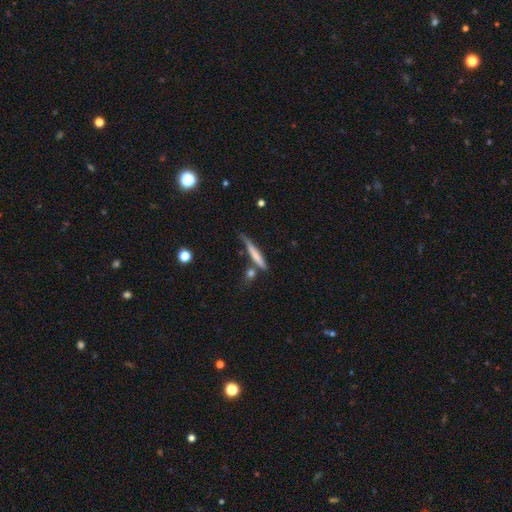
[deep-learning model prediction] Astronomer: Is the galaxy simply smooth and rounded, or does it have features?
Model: smooth — 63%.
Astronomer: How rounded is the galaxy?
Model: cigar-shaped — 93%.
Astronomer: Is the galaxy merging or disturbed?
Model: none — 62%.